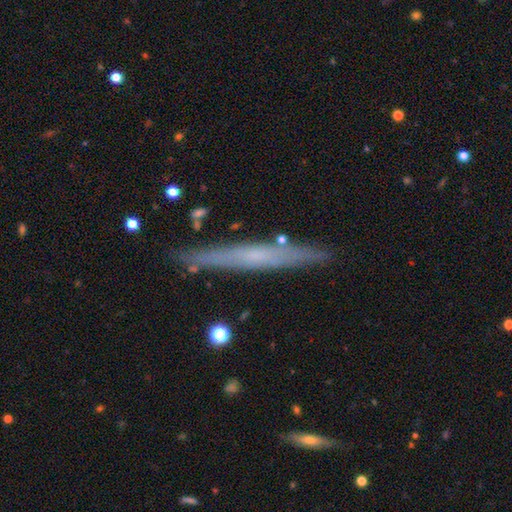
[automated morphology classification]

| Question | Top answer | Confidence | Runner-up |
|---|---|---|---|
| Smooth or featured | featured or disk | 57% | smooth (36%) |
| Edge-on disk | yes | 94% | no (6%) |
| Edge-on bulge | none | 69% | rounded (25%) |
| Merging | none | 87% | minor disturbance (9%) |